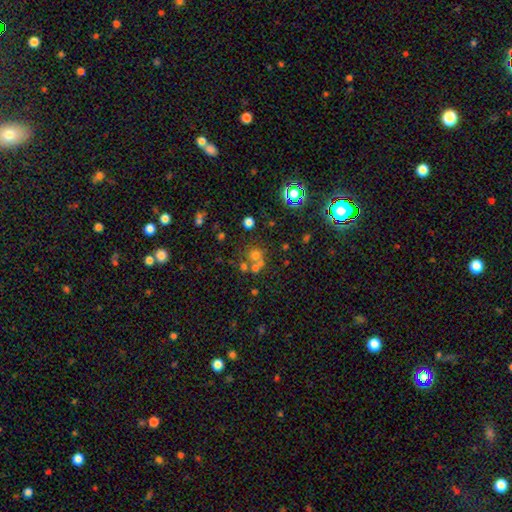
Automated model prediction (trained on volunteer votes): Q: Smooth or featured?
A: smooth (56%); runner-up: star or artifact (28%)
Q: How rounded?
A: round (86%); runner-up: in between (13%)
Q: Merging?
A: none (52%); runner-up: merger (34%)